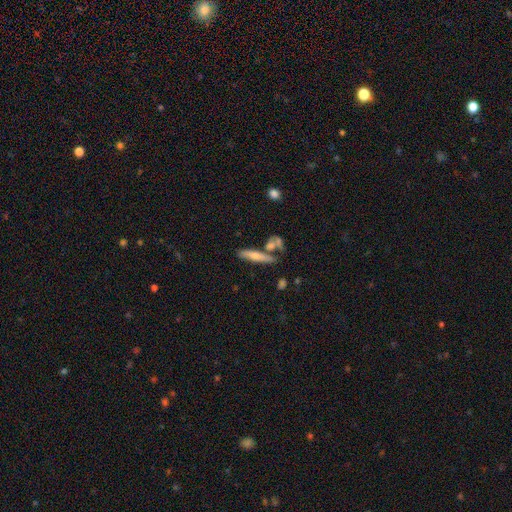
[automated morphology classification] smooth 59%, featured or disk 34%, star or artifact 7%. Down the decision tree: how rounded — cigar-shaped (83%); merging — none (64%).